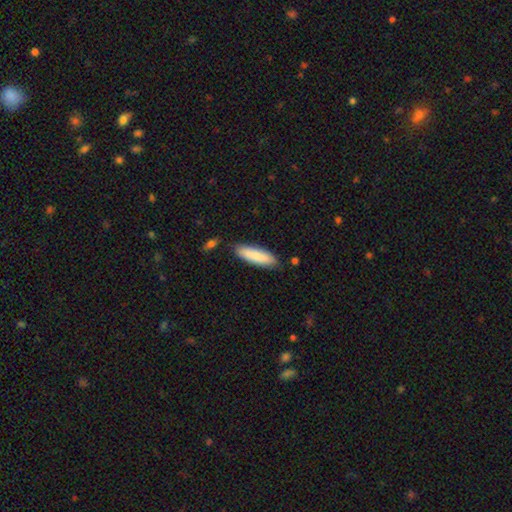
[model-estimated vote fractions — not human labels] Overall: smooth (85%). How rounded: cigar-shaped (55%; in between 44%). Merging: none (84%).